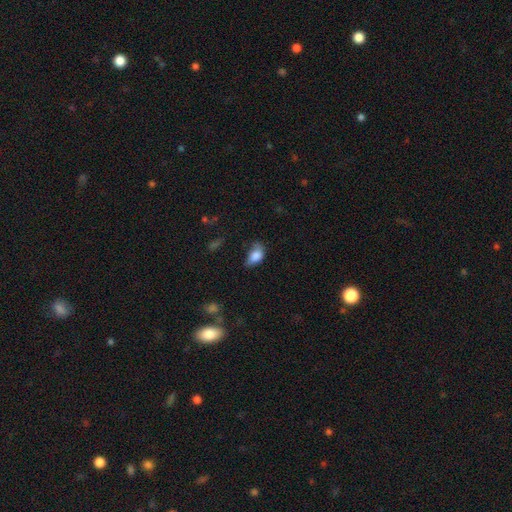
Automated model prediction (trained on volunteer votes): This is clearly a smooth galaxy (81%). How rounded: clearly in between (88%). Merging: marginally minor disturbance (43%).